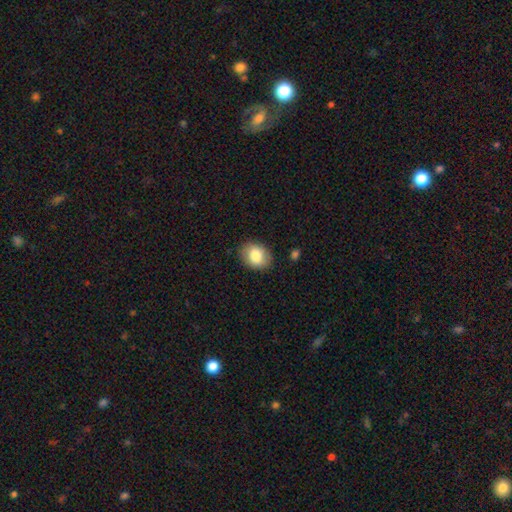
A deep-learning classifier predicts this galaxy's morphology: A smooth galaxy with no disk features (81%) that is in between round and cigar-shaped (62%). Merging: none (86%).